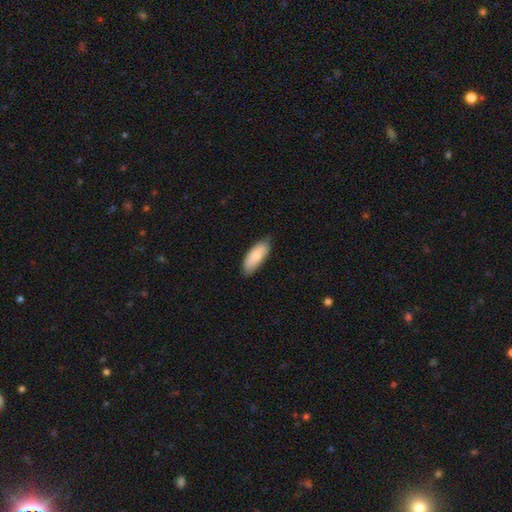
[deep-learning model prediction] The model was most divided on "how rounded": in between: 78%, cigar-shaped: 20%, round: 2%. More confident: smooth or featured — smooth (84%); merging — none (81%).